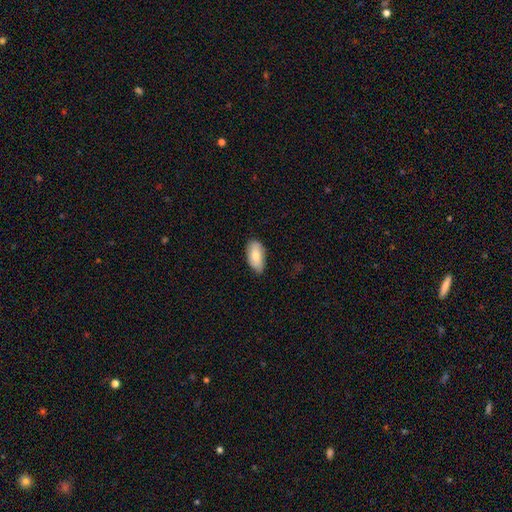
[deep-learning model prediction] Smooth or featured: smooth — 76% (featured or disk — 18%)
How rounded: in between — 93% (cigar-shaped — 4%)
Merging: none — 74% (minor disturbance — 22%)